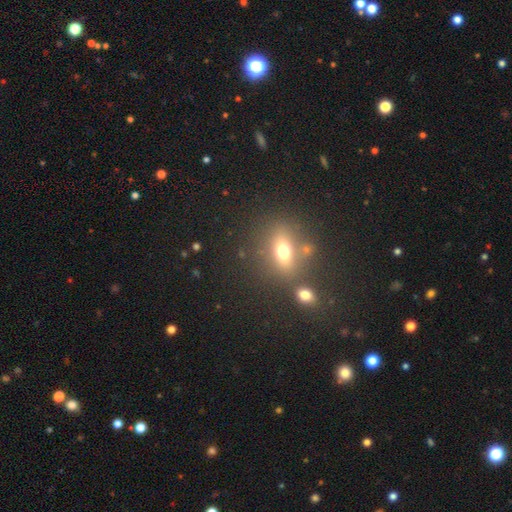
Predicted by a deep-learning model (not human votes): A smooth galaxy with no disk features (44%). Merging: none (65%).